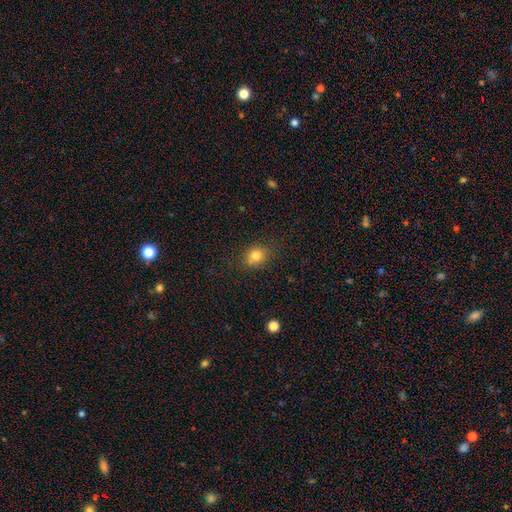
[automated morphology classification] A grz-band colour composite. It shows a smooth galaxy with no disk features (80%) that is round (57%). Merging: none (77%).